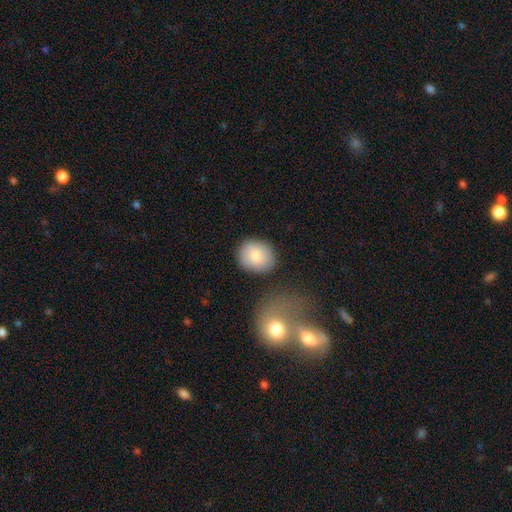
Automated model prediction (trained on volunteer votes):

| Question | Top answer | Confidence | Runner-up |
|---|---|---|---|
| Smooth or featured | smooth | 84% | featured or disk (9%) |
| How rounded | round | 67% | in between (32%) |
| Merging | none | 81% | minor disturbance (11%) |